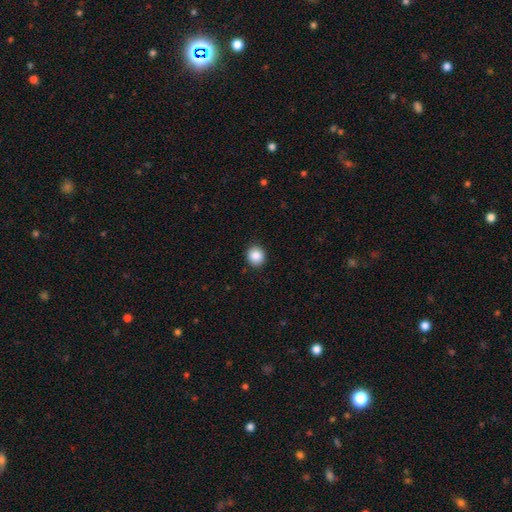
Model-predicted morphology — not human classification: Smooth or featured?
  - smooth: 88% *
  - star or artifact: 9%
  - featured or disk: 3%
How rounded?
  - round: 88% *
  - in between: 11%
  - cigar-shaped: 1%
Merging?
  - none: 91% *
  - minor disturbance: 6%
  - major disturbance: 2%
  - merger: 1%